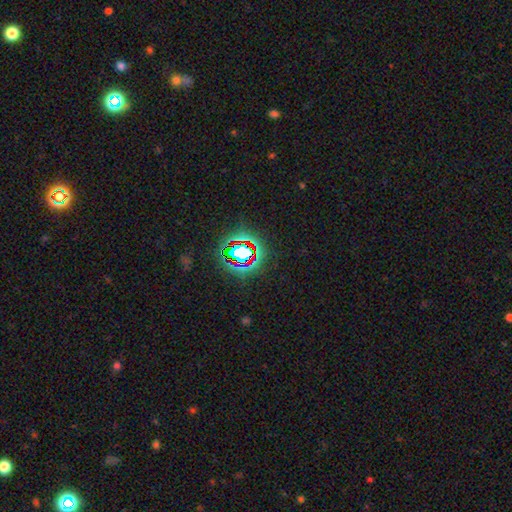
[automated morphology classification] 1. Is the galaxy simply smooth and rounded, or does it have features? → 75% star or artifact, 13% smooth, 11% featured or disk.